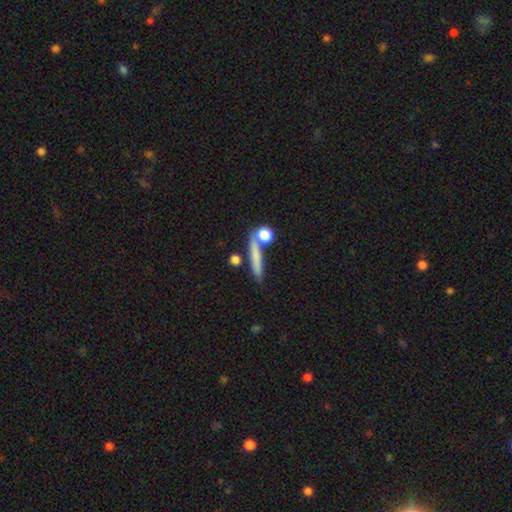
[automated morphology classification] Smooth or featured?
  - smooth: 72% *
  - featured or disk: 19%
  - star or artifact: 9%
How rounded?
  - cigar-shaped: 76% *
  - round: 12%
  - in between: 11%
Merging?
  - none: 71% *
  - merger: 13%
  - minor disturbance: 11%
  - major disturbance: 5%